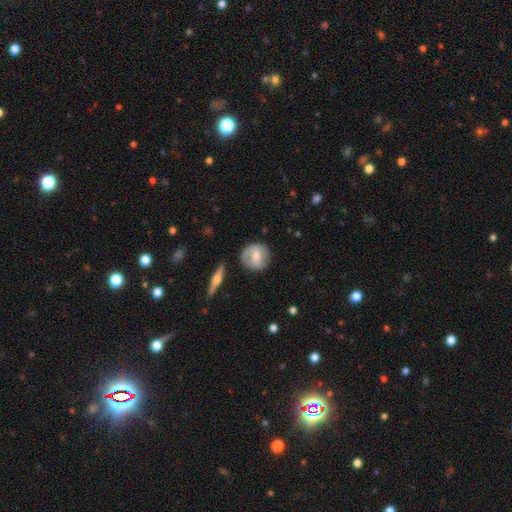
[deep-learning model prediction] A smooth galaxy with no disk features (57%) that is round (87%). Merging: none (80%).